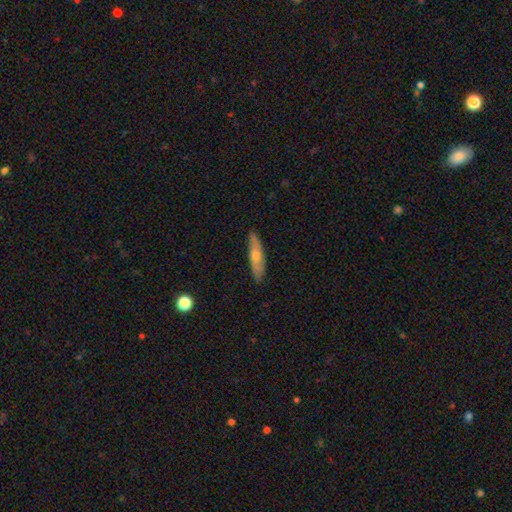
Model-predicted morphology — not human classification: The model was most divided on "smooth or featured": smooth: 51%, featured or disk: 42%, star or artifact: 7%. More confident: merging — none (87%); how rounded — cigar-shaped (80%).